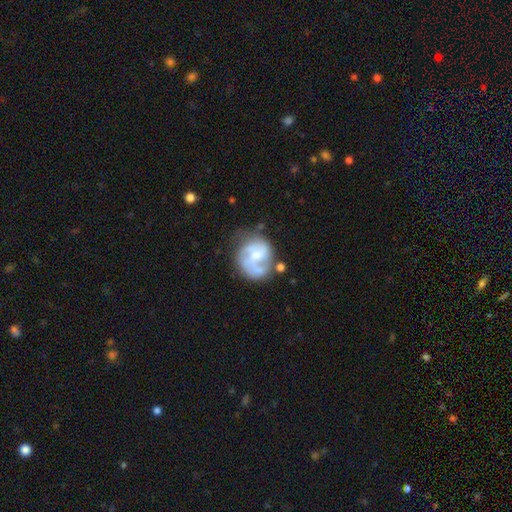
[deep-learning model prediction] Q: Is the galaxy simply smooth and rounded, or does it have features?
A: featured or disk — 67%.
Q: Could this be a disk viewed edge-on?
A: no — 98%.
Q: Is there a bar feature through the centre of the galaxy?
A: no — 62%.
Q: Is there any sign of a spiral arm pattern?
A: yes — 76%.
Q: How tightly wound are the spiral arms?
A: medium — 43%.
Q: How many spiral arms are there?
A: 2 — 39%.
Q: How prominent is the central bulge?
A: small — 42%.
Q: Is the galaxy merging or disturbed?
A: none — 49%.